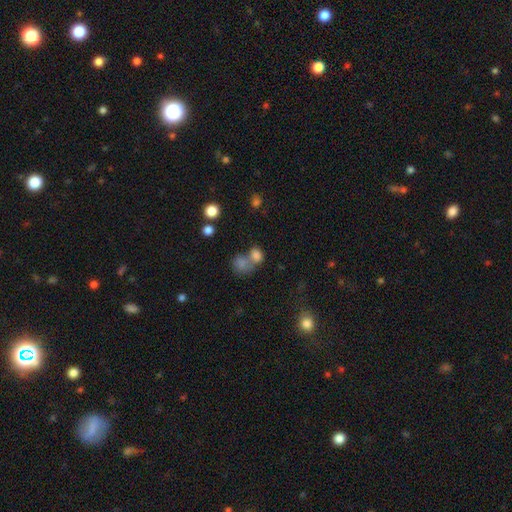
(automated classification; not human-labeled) The model was most divided on "how rounded" (2-way tie): in between: 49%, round: 49%, cigar-shaped: 1%. More confident: smooth or featured — smooth (78%); merging — merger (54%).